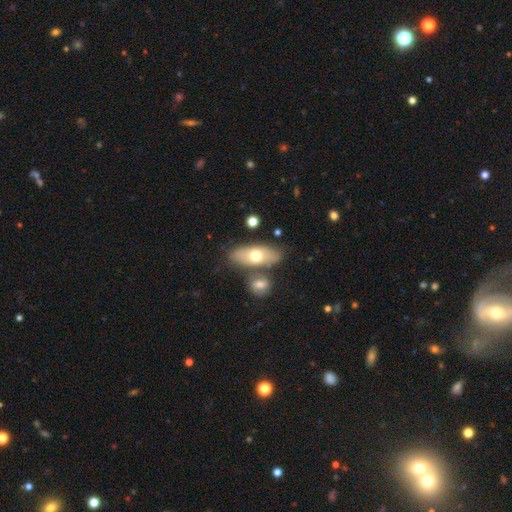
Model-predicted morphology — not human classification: Smooth or featured?
  - smooth: 63% *
  - featured or disk: 32%
  - star or artifact: 6%
How rounded?
  - in between: 77% *
  - cigar-shaped: 18%
  - round: 4%
Merging?
  - none: 70% *
  - merger: 15%
  - minor disturbance: 12%
  - major disturbance: 3%